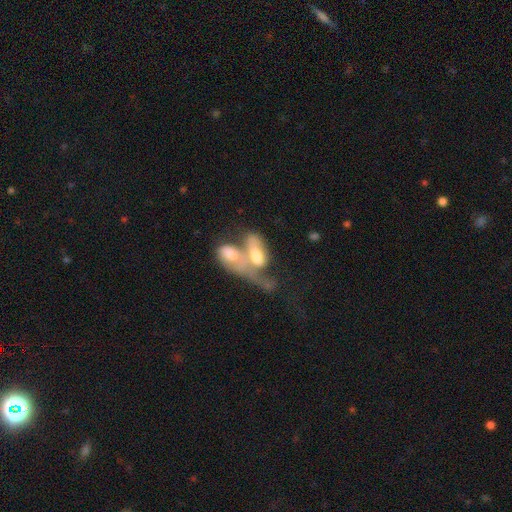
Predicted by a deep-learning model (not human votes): The model was most divided on "smooth or featured": smooth: 51%, featured or disk: 41%, star or artifact: 8%. More confident: how rounded — in between (87%); merging — merger (70%).